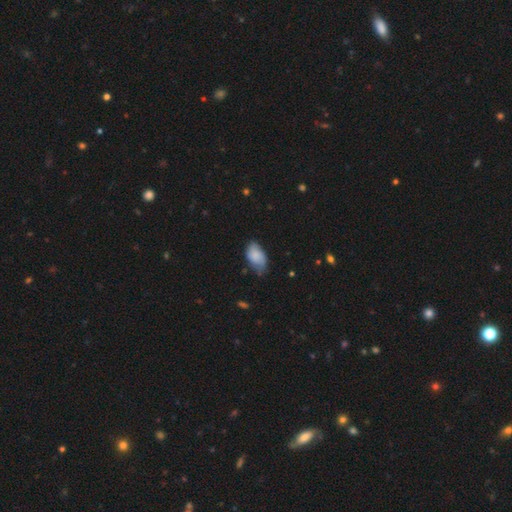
A smooth galaxy with no disk features (75%) that is in between round and cigar-shaped (93%). Merging: none (49%).